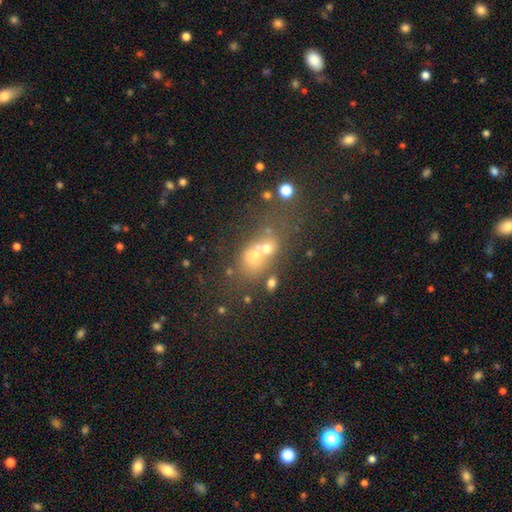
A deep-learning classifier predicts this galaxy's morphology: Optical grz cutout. It shows a smooth galaxy with no disk features (43%). Merging: merger (38%).